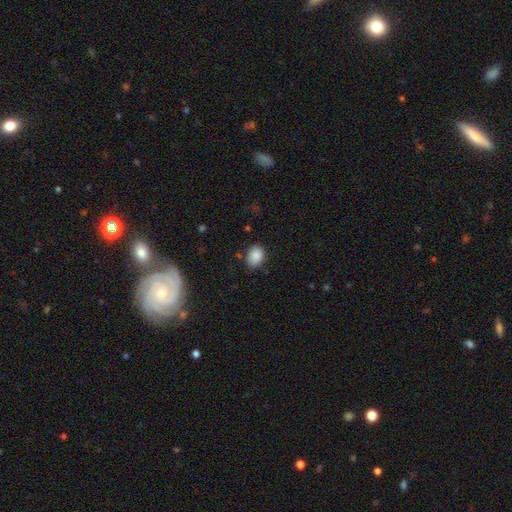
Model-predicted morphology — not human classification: type=smooth (87%); roundness=in between (65%); merging=none (79%).